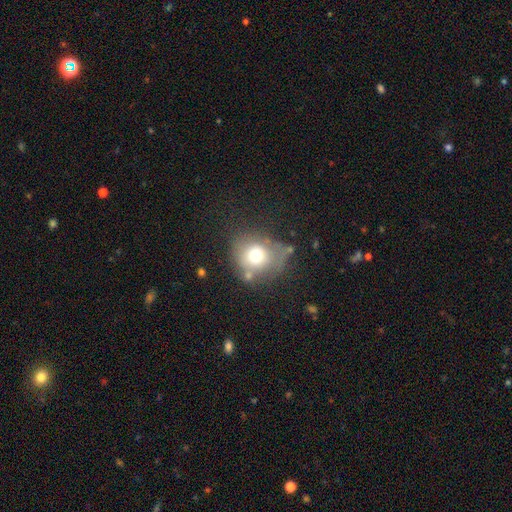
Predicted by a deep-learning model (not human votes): Q: Smooth or featured?
A: smooth (69%); runner-up: featured or disk (19%)
Q: How rounded?
A: round (77%); runner-up: in between (22%)
Q: Merging?
A: none (52%); runner-up: minor disturbance (24%)